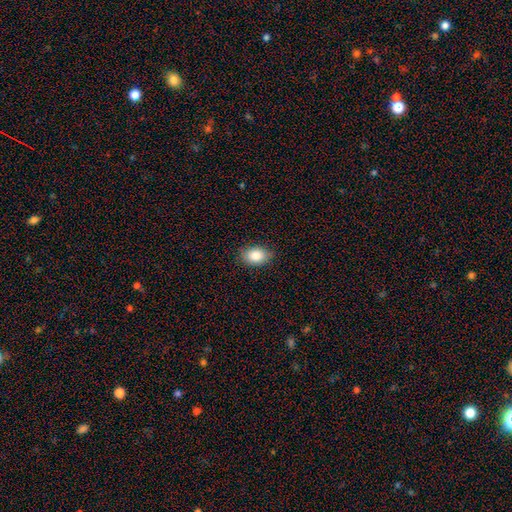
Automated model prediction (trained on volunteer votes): The model was most divided on "how rounded": in between: 81%, round: 18%, cigar-shaped: 1%. More confident: smooth or featured — smooth (85%); merging — none (83%).